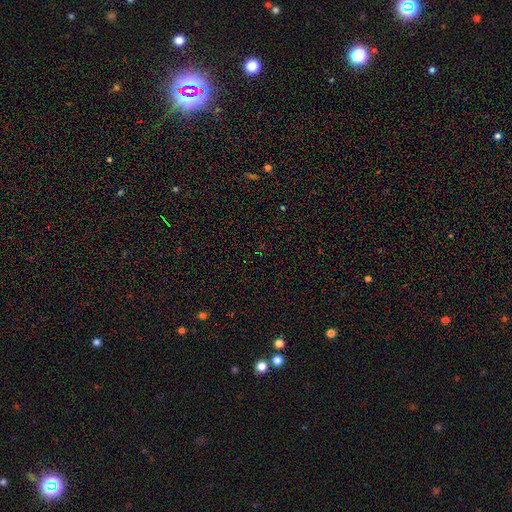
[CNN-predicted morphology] A star or artifact, not a galaxy (70%).

Vote fractions:
- Smooth or featured? star or artifact: 70% / smooth: 23% / featured or disk: 7%